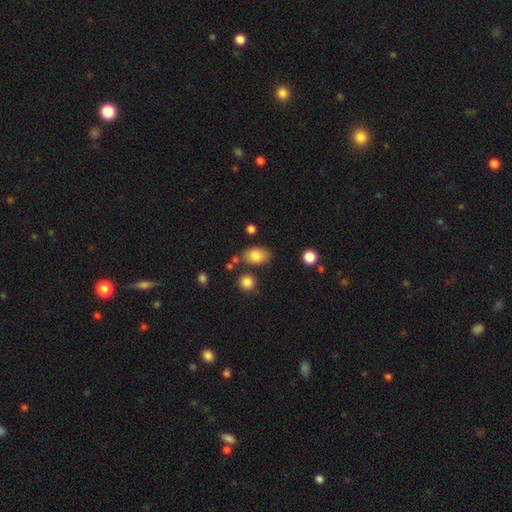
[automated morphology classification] Overall: smooth (81%). How rounded: in between (81%). Merging: none (74%).